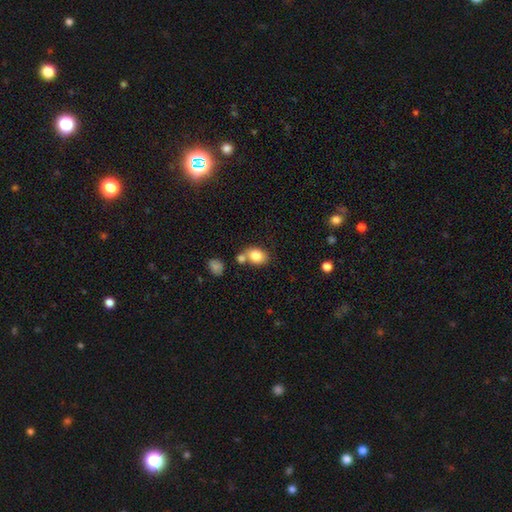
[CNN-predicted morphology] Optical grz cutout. It shows a smooth galaxy with no disk features (80%) that is in between round and cigar-shaped (63%). Merging: none (54%).